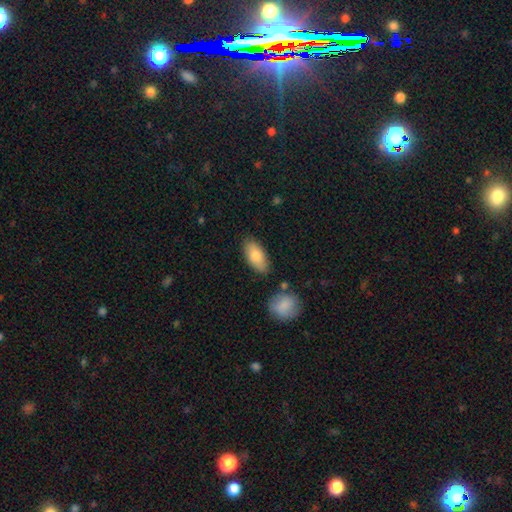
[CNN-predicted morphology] Overall: smooth (82%). How rounded: in between (90%). Merging: none (80%).